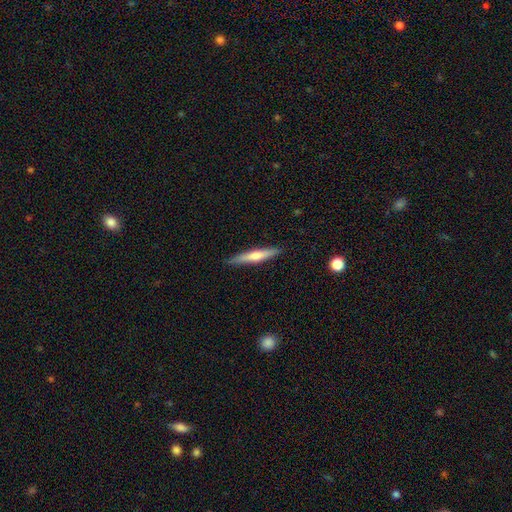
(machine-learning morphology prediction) A smooth galaxy with no disk features (48%). Merging: none (89%).